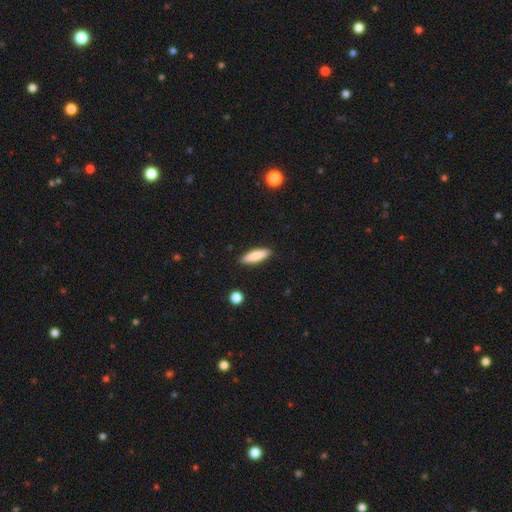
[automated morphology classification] Overall: smooth (80%). How rounded: cigar-shaped (61%; in between 37%). Merging: none (88%).